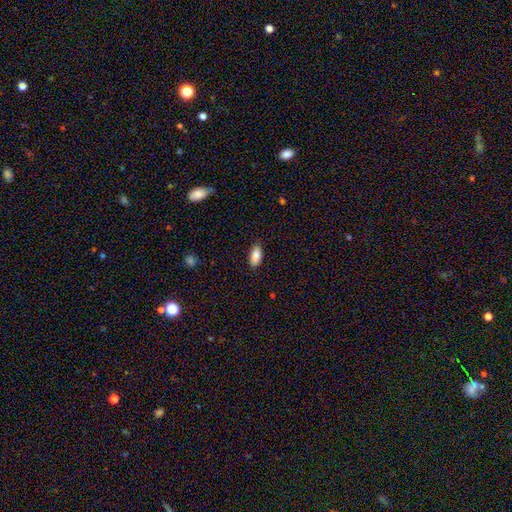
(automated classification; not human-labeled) Smooth or featured? smooth (86%)
How rounded? in between (88%)
Merging? none (86%)